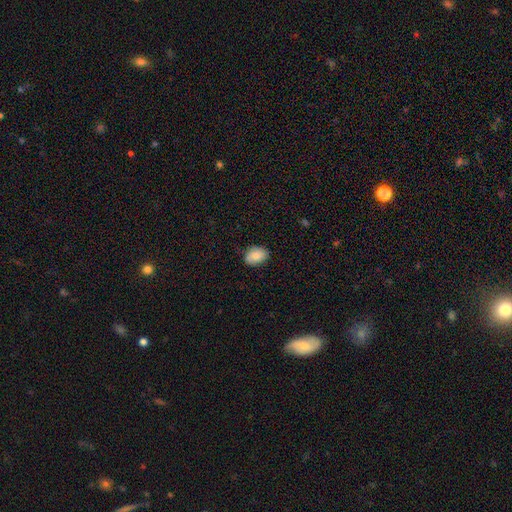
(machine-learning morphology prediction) A smooth galaxy with no disk features (82%) that is in between round and cigar-shaped (72%). Merging: none (80%).